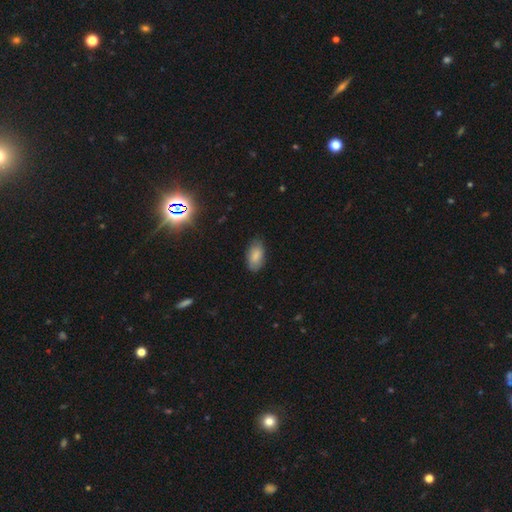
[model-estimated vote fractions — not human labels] Smooth or featured? Predicted: smooth (p=0.85). How rounded? Predicted: in between (p=0.93). Merging? Predicted: none (p=0.81).